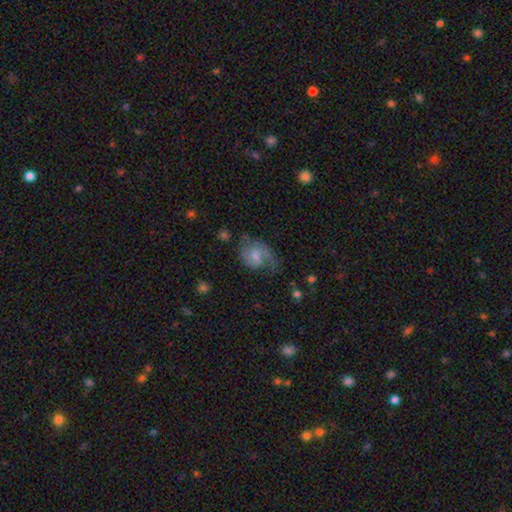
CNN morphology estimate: A featured or disk galaxy (63%) with a weak bar (46%, tied with no), 2 (50%) medium (44%) spiral arms (89%) and a small central bulge (47%).

Vote fractions:
- Smooth or featured? featured or disk: 63% / smooth: 29% / star or artifact: 7%
- Edge-on disk? no: 97% / yes: 3%
- Bar? weak: 46% (tied) / no: 46% (tied) / strong: 8%
- Spiral arms? yes: 89% / no: 11%
- Spiral winding? medium: 44% / loose: 37% / tight: 19%
- Spiral arm count? 2: 50% / 1: 37% / can't tell: 9% / 3: 2% / 4: 1% / more than 4: 1%
- Bulge size? small: 47% / moderate: 34% / none: 14% / large: 4% / dominant: 1%
- Merging? none: 45% / major disturbance: 26% / minor disturbance: 26% / merger: 3%